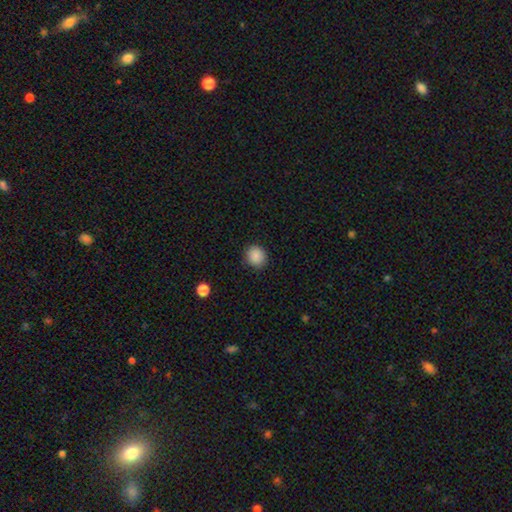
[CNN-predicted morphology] Q: Smooth or featured?
A: smooth (88%); runner-up: star or artifact (9%)
Q: How rounded?
A: round (84%); runner-up: in between (15%)
Q: Merging?
A: none (89%); runner-up: minor disturbance (8%)